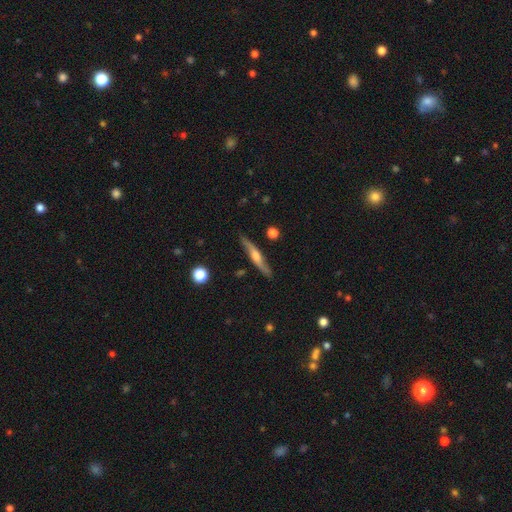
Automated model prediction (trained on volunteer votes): A featured or disk galaxy (64%) viewed edge-on (82%) with a rounded central bulge (72%). Merging: none (82%).